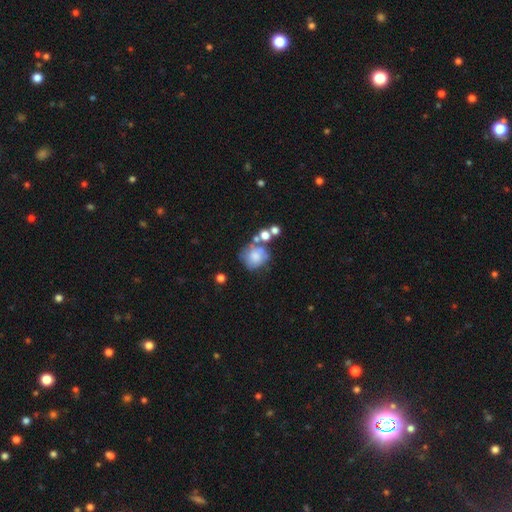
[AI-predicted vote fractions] Morphology: type=smooth (58%); roundness=round (72%); merging=none (38%).